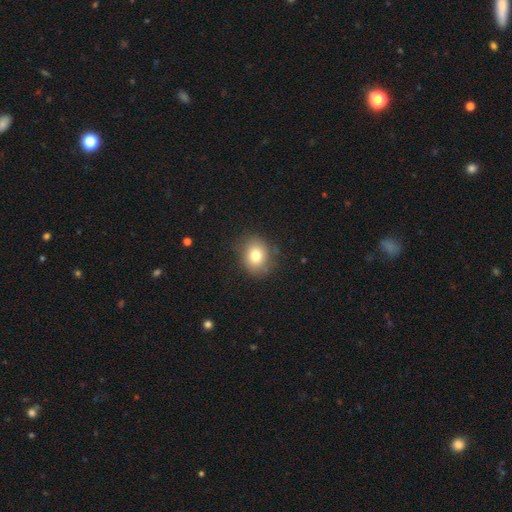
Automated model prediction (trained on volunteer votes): smooth_or_featured: smooth (p=0.77) [alt: featured or disk p=0.12]
how_rounded: round (p=0.66) [alt: in between p=0.33]
merging: none (p=0.83) [alt: minor disturbance p=0.12]